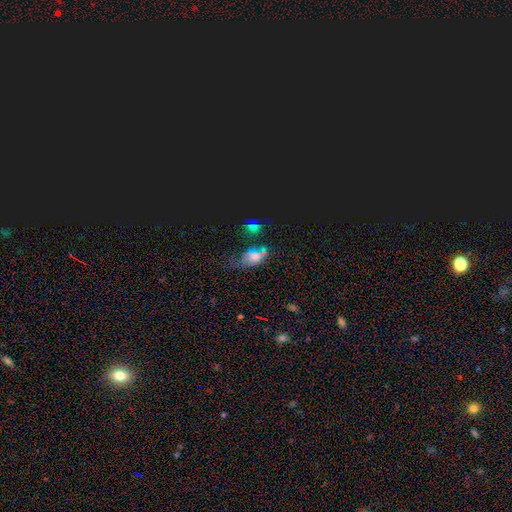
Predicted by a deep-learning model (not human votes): Smooth or featured? smooth (54%)
How rounded? in between (80%)
Merging? none (37%)